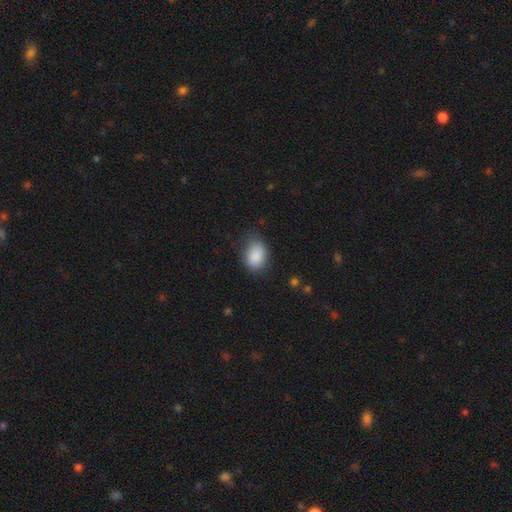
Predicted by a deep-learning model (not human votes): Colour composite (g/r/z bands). It shows a smooth galaxy with no disk features (87%) that is in between round and cigar-shaped (76%). Merging: none (64%).